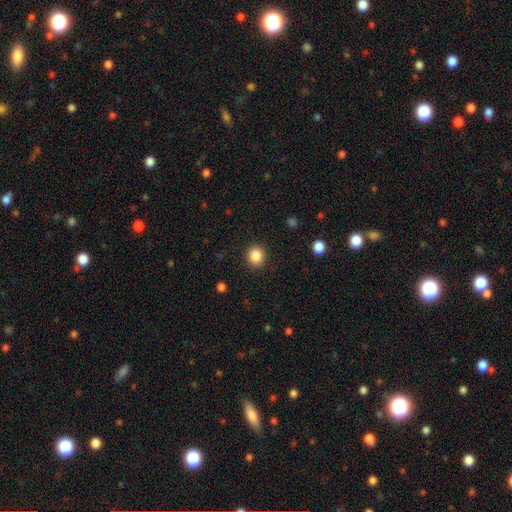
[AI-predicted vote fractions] A smooth galaxy with no disk features (85%) that is round (87%).

Vote fractions:
- Smooth or featured? smooth: 85% / star or artifact: 11% / featured or disk: 4%
- How rounded? round: 87% / in between: 13% / cigar-shaped: 1%
- Merging? none: 91% / minor disturbance: 6% / major disturbance: 2% / merger: 1%